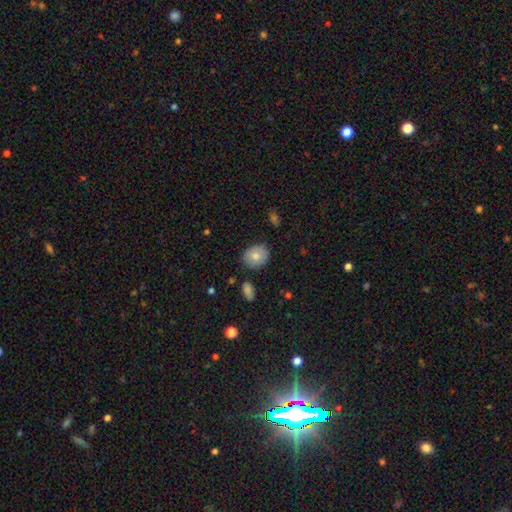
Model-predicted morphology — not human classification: Smooth or featured? smooth (77%)
How rounded? round (50%)
Merging? none (79%)